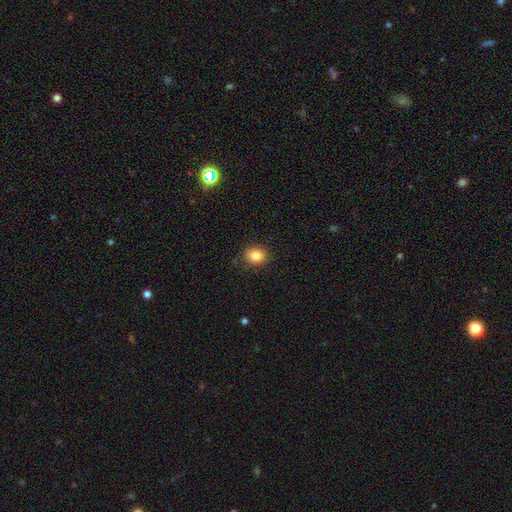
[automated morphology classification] Smooth or featured?
  - smooth: 85% *
  - star or artifact: 10%
  - featured or disk: 5%
How rounded?
  - round: 56% *
  - in between: 43%
  - cigar-shaped: 1%
Merging?
  - none: 87% *
  - minor disturbance: 9%
  - major disturbance: 2%
  - merger: 1%